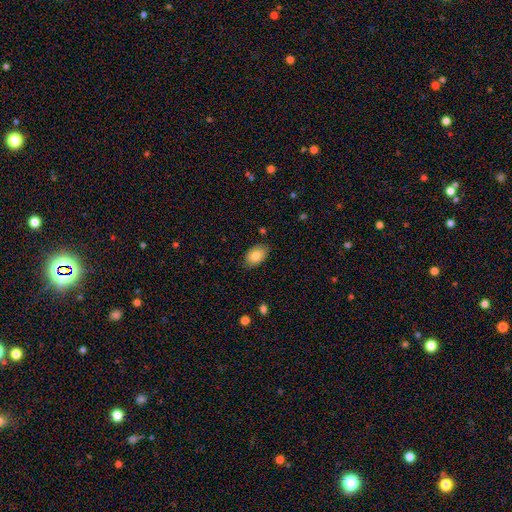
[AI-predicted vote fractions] Smooth or featured: smooth — 81% (featured or disk — 12%)
How rounded: in between — 89% (round — 10%)
Merging: none — 82% (minor disturbance — 14%)